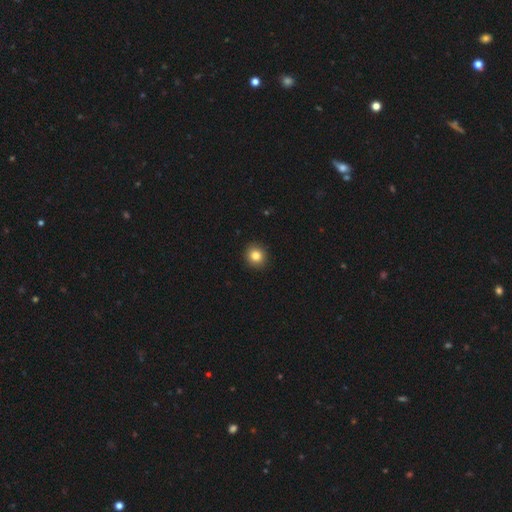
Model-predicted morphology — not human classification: Overall: smooth (84%). How rounded: round (87%). Merging: none (92%).